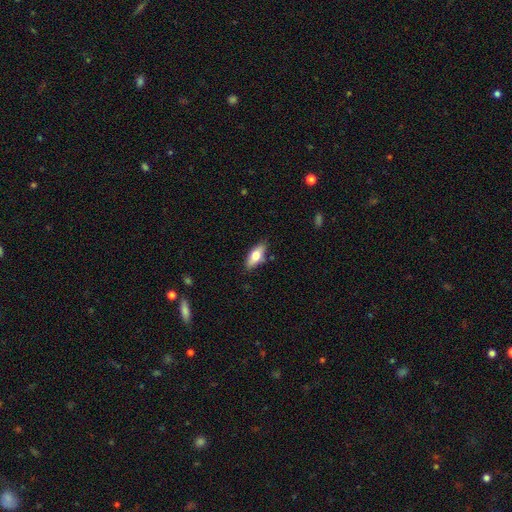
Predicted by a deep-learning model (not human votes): Overall: smooth (72%). How rounded: in between (79%). Merging: none (81%).